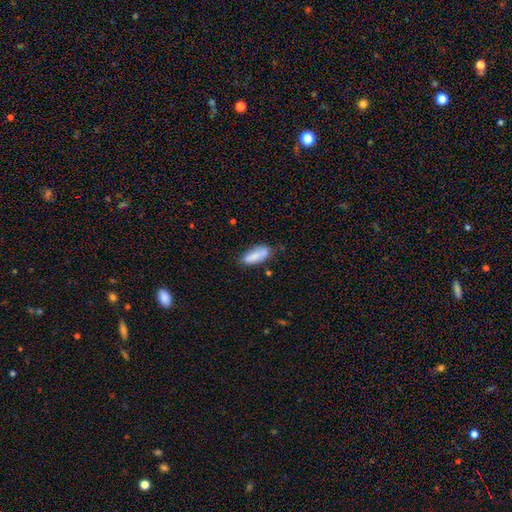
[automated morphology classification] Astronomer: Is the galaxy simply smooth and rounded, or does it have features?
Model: smooth — 81%.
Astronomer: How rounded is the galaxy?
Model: in between — 66%.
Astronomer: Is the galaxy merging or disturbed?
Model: none — 64%.